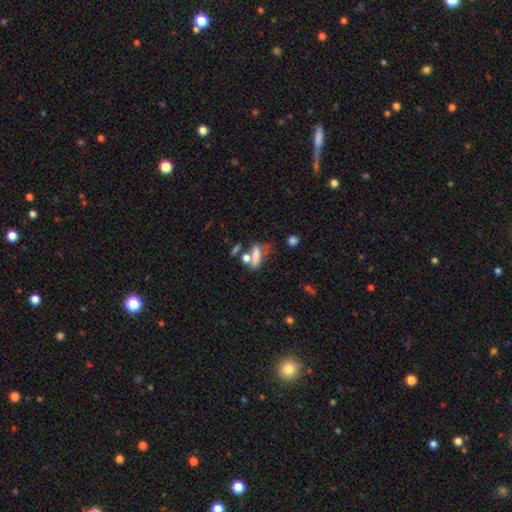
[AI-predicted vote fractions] A smooth galaxy with no disk features (64%) that is in between round and cigar-shaped (58%).

Vote fractions:
- Smooth or featured? smooth: 64% / featured or disk: 23% / star or artifact: 13%
- How rounded? in between: 58% / cigar-shaped: 34% / round: 8%
- Merging? merger: 35% (tied) / none: 35% (tied) / minor disturbance: 16% / major disturbance: 14%